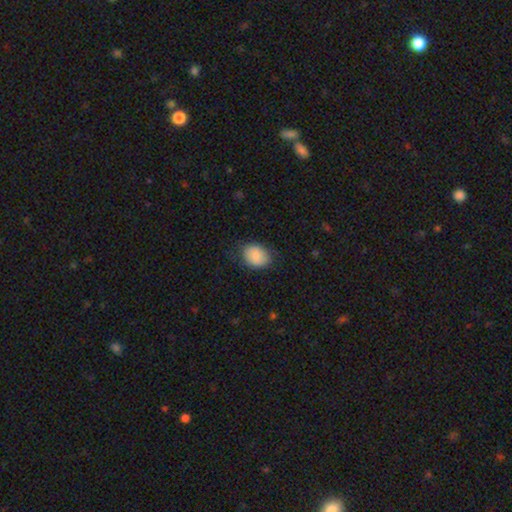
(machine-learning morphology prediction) smooth_or_featured: smooth (p=0.86) [alt: featured or disk p=0.07]
how_rounded: in between (p=0.60) [alt: round p=0.39]
merging: none (p=0.77) [alt: minor disturbance p=0.18]